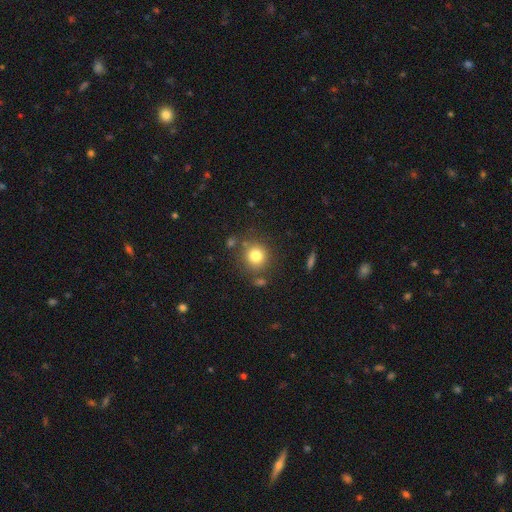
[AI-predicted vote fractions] This is likely a smooth galaxy (79%). How rounded: clearly round (90%). Merging: likely none (78%).